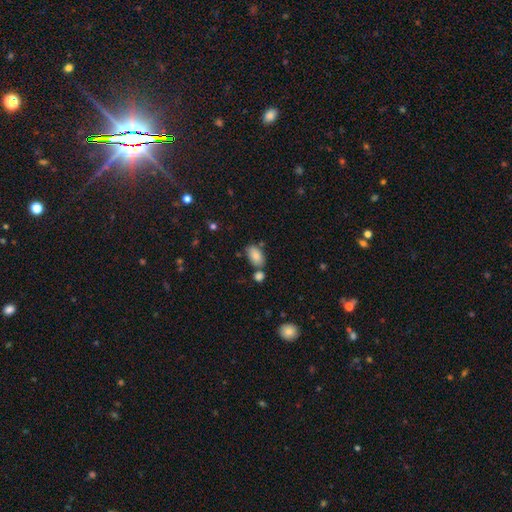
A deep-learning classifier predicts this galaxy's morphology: Smooth or featured?
  - smooth: 85% *
  - star or artifact: 8%
  - featured or disk: 7%
How rounded?
  - in between: 93% *
  - round: 5%
  - cigar-shaped: 2%
Merging?
  - none: 65% *
  - merger: 16%
  - minor disturbance: 15%
  - major disturbance: 4%